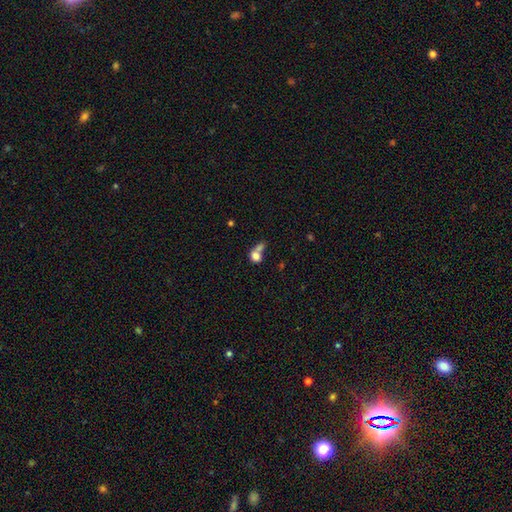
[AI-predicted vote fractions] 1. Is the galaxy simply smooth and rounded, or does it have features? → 76% smooth, 14% featured or disk, 10% star or artifact.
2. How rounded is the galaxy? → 53% round, 45% in between, 2% cigar-shaped.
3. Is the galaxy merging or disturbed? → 59% merger, 24% none, 8% minor disturbance, 8% major disturbance.